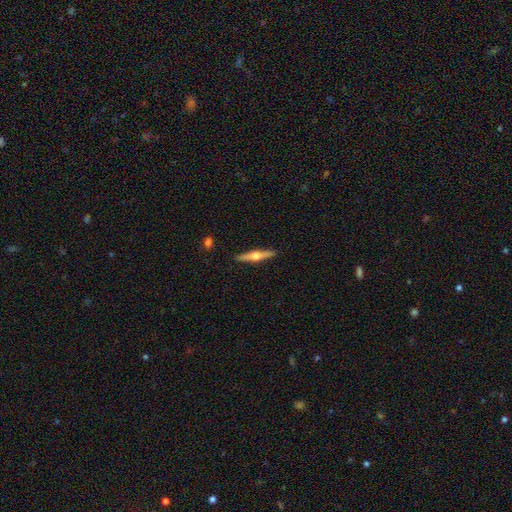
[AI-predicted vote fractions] Smooth or featured? Predicted: featured or disk (p=0.68). Edge-on disk? Predicted: yes (p=0.98). Edge-on bulge? Predicted: rounded (p=0.93). Merging? Predicted: none (p=0.90).